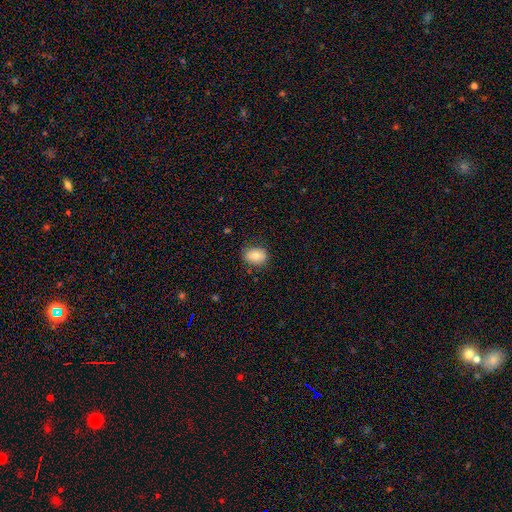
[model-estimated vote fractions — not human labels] A smooth galaxy with no disk features (78%) that is in between round and cigar-shaped (69%). Merging: none (81%).